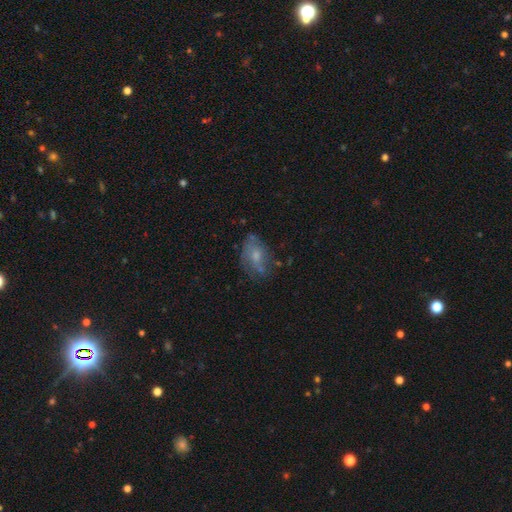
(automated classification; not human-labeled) smooth_or_featured: featured or disk (p=0.45) [alt: smooth p=0.44]
merging: none (p=0.54) [alt: minor disturbance p=0.27]